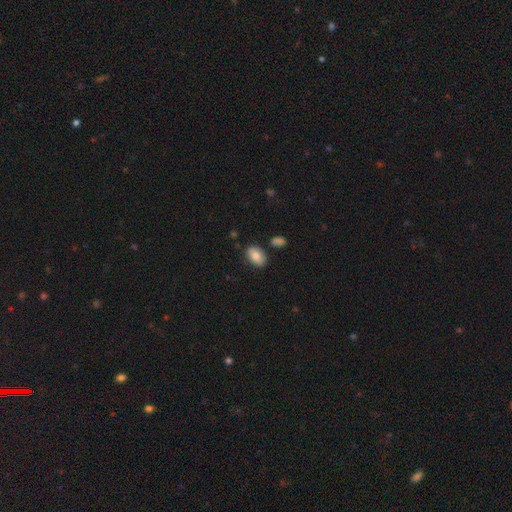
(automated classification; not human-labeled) This appears to be a smooth galaxy with no disk features (78%) that is in between round and cigar-shaped (85%). Merging: none (82%).